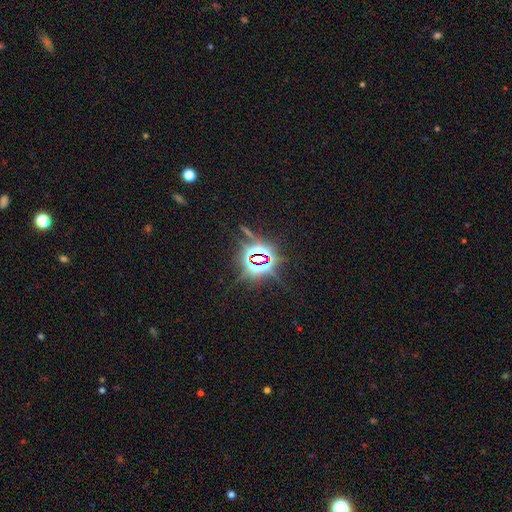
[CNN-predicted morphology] This appears to be a star or artifact, not a galaxy (82%).